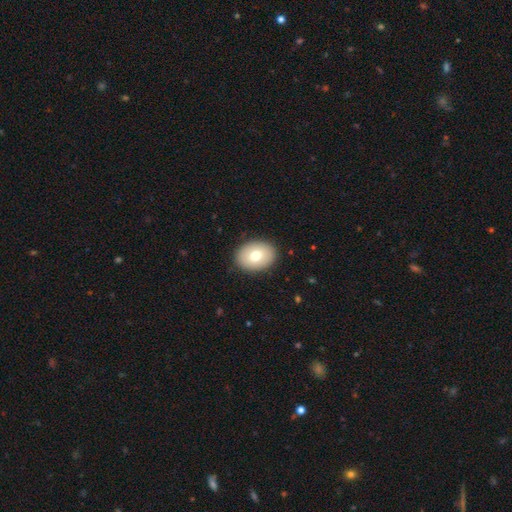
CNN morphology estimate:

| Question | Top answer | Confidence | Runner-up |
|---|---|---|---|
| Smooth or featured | smooth | 75% | featured or disk (18%) |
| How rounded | in between | 69% | round (30%) |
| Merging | none | 90% | minor disturbance (7%) |